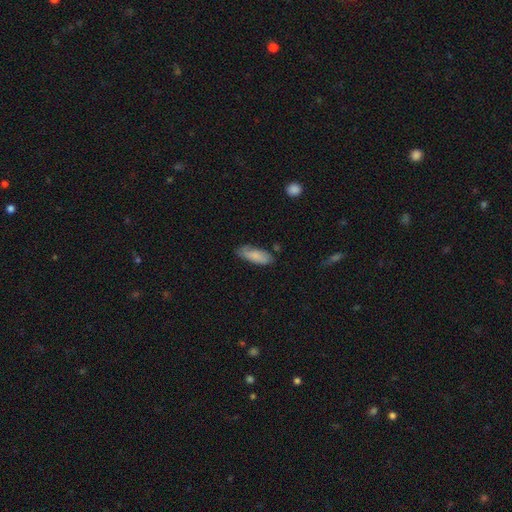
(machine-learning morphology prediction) Q: Smooth or featured?
A: smooth (78%); runner-up: featured or disk (16%)
Q: How rounded?
A: in between (69%); runner-up: cigar-shaped (29%)
Q: Merging?
A: none (71%); runner-up: minor disturbance (22%)